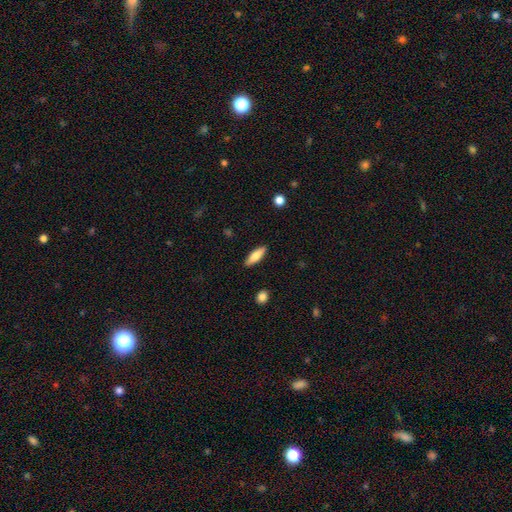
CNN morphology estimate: smooth_or_featured: smooth (p=0.74) [alt: featured or disk p=0.20]
how_rounded: in between (p=0.51) [alt: cigar-shaped p=0.47]
merging: none (p=0.89) [alt: minor disturbance p=0.08]